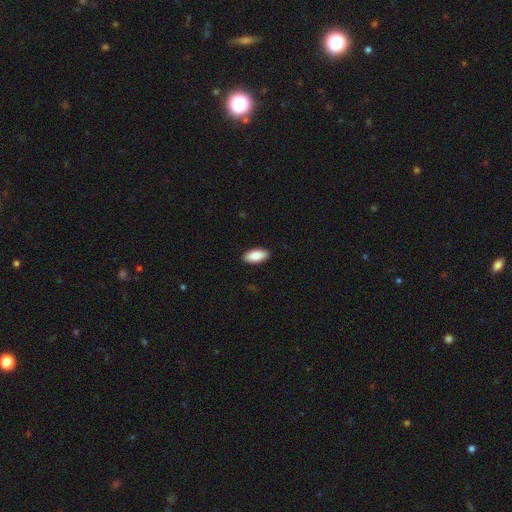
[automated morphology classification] Q: Smooth or featured?
A: smooth (89%); runner-up: star or artifact (6%)
Q: How rounded?
A: in between (92%); runner-up: cigar-shaped (7%)
Q: Merging?
A: none (90%); runner-up: minor disturbance (7%)